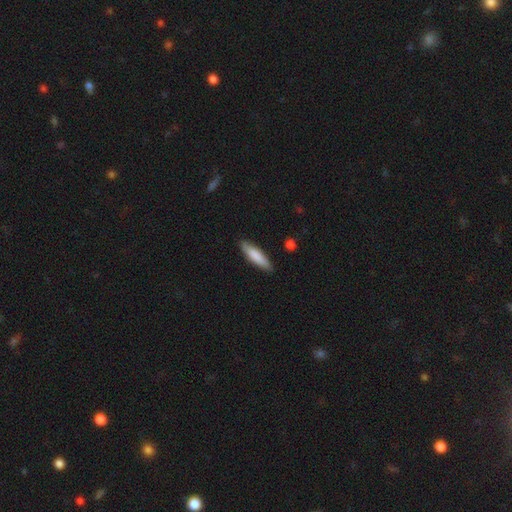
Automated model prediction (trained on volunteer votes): The model was most divided on "how rounded": cigar-shaped: 73%, in between: 26%, round: 1%. More confident: merging — none (87%); smooth or featured — smooth (81%).